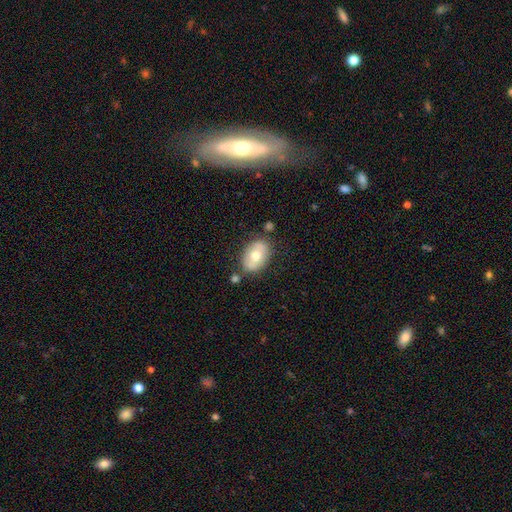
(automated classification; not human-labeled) Smooth or featured: smooth — 62% (featured or disk — 31%)
How rounded: in between — 83% (round — 16%)
Merging: none — 75% (minor disturbance — 15%)